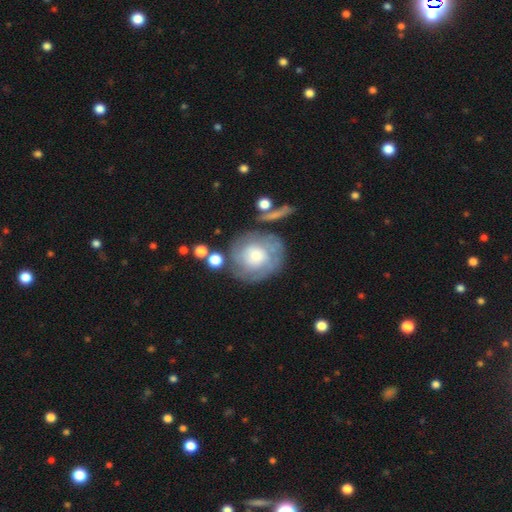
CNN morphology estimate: Q: Smooth or featured?
A: featured or disk (51%); runner-up: smooth (41%)
Q: Edge-on disk?
A: no (96%); runner-up: yes (4%)
Q: Merging?
A: none (67%); runner-up: minor disturbance (17%)